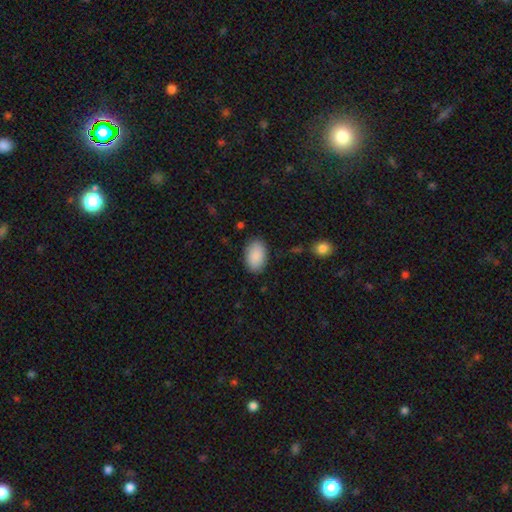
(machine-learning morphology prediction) smooth_or_featured: smooth (p=0.90) [alt: star or artifact p=0.06]
how_rounded: in between (p=0.92) [alt: round p=0.07]
merging: none (p=0.86) [alt: minor disturbance p=0.10]